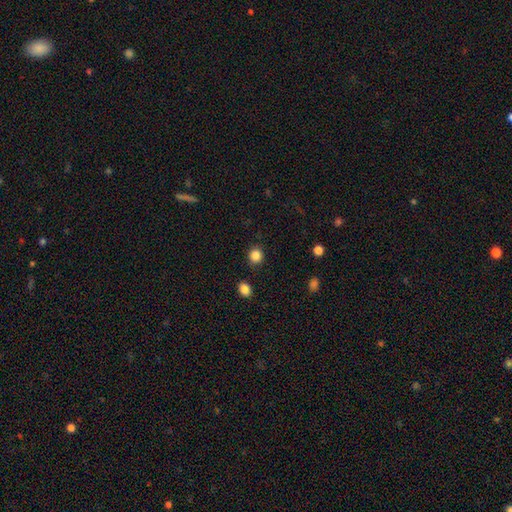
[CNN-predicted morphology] This appears to be a smooth galaxy with no disk features (86%) that is round (85%). Merging: none (88%).